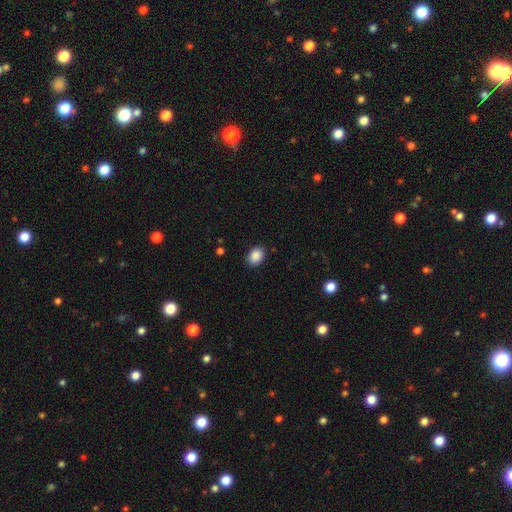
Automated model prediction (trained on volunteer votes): smooth-or-featured: smooth: 88% | star or artifact: 9% | featured or disk: 3%
  how-rounded: in between: 66% | round: 33% | cigar-shaped: 1%
  merging: none: 87% | minor disturbance: 10% | major disturbance: 2% | merger: 1%